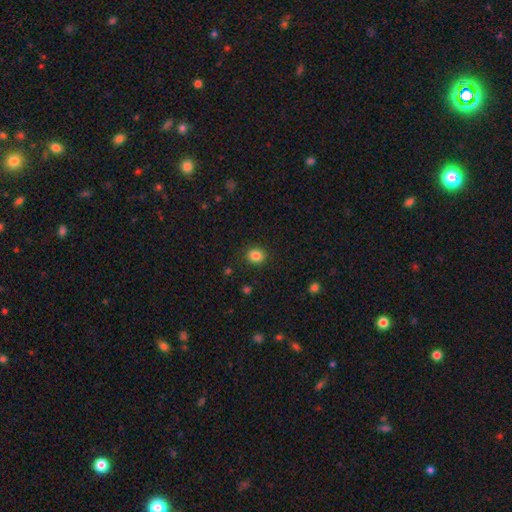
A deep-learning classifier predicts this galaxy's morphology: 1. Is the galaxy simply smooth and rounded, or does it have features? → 85% smooth, 11% star or artifact, 4% featured or disk.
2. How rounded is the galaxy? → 79% round, 20% in between, 1% cigar-shaped.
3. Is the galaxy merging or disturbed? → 89% none, 7% minor disturbance, 2% major disturbance, 1% merger.